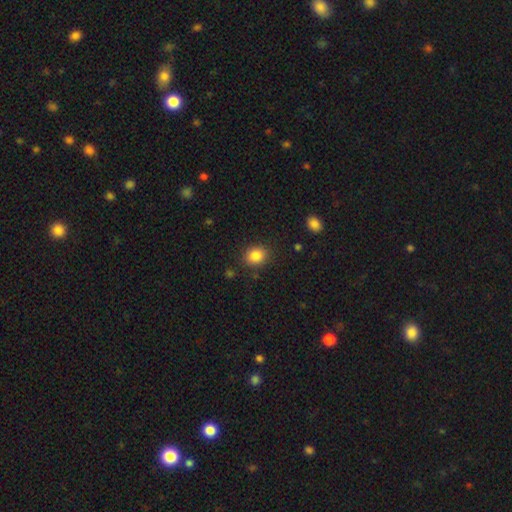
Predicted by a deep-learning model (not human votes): Overall: smooth (85%). How rounded: round (64%; in between 35%). Merging: none (86%).